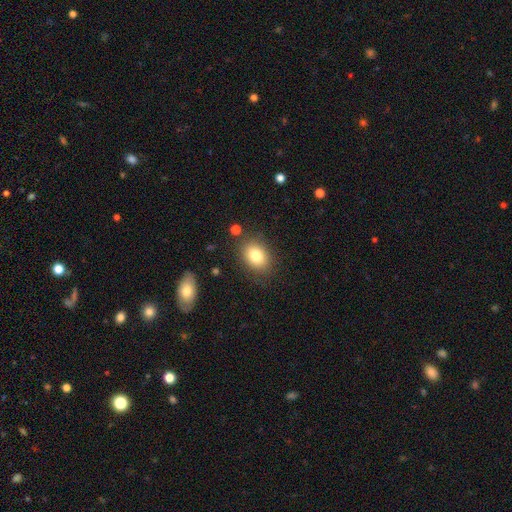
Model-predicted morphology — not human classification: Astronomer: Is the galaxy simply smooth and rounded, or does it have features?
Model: smooth — 80%.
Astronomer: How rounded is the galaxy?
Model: in between — 68%.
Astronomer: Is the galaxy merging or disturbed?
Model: none — 82%.